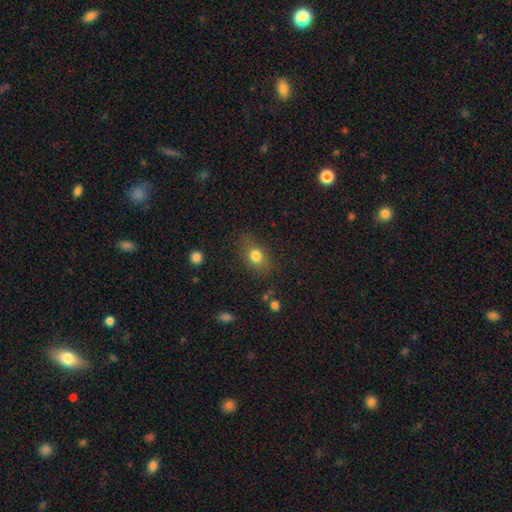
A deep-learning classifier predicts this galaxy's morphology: smooth_or_featured: smooth (p=0.77) [alt: featured or disk p=0.12]
how_rounded: in between (p=0.66) [alt: round p=0.29]
merging: none (p=0.76) [alt: minor disturbance p=0.16]